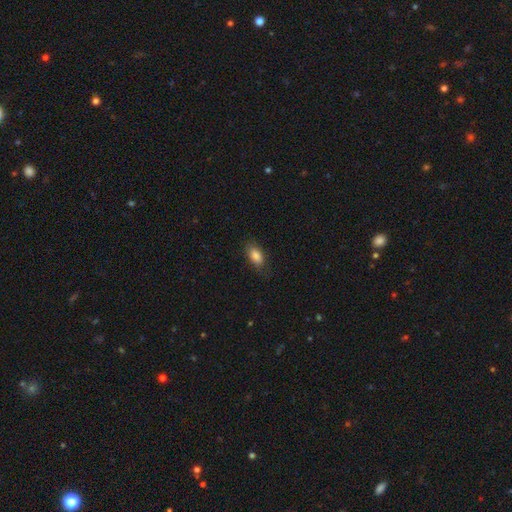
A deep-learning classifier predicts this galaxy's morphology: smooth_or_featured: smooth (p=0.85) [alt: featured or disk p=0.08]
how_rounded: in between (p=0.89) [alt: round p=0.06]
merging: none (p=0.78) [alt: minor disturbance p=0.17]